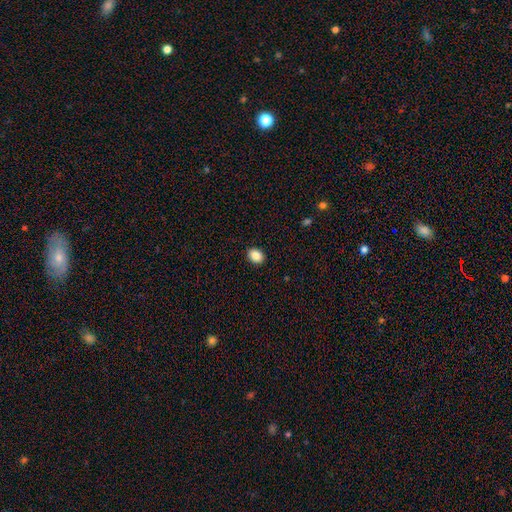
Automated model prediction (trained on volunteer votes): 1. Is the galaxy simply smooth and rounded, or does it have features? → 87% smooth, 9% star or artifact, 4% featured or disk.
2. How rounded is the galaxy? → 58% in between, 41% round, 1% cigar-shaped.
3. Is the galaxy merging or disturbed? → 91% none, 6% minor disturbance, 2% major disturbance, 1% merger.